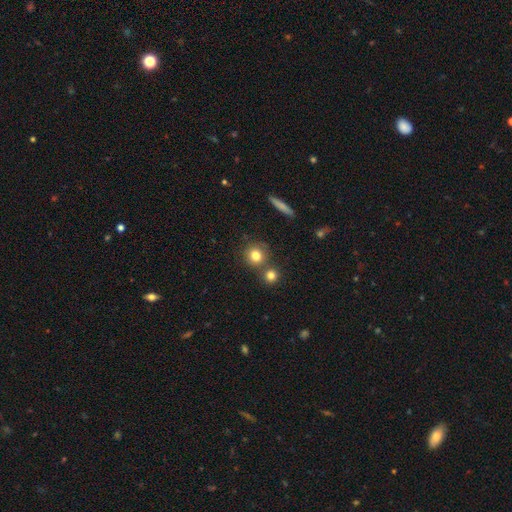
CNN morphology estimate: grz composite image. It shows a smooth galaxy with no disk features (80%) that is round (89%). Merging: none (69%).